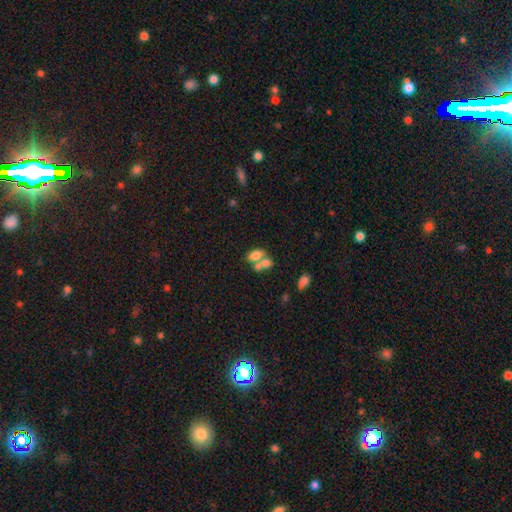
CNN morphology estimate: The model was most divided on "merging": merger: 57%, none: 29%, minor disturbance: 9%, major disturbance: 6%. More confident: how rounded — in between (84%); smooth or featured — smooth (71%).